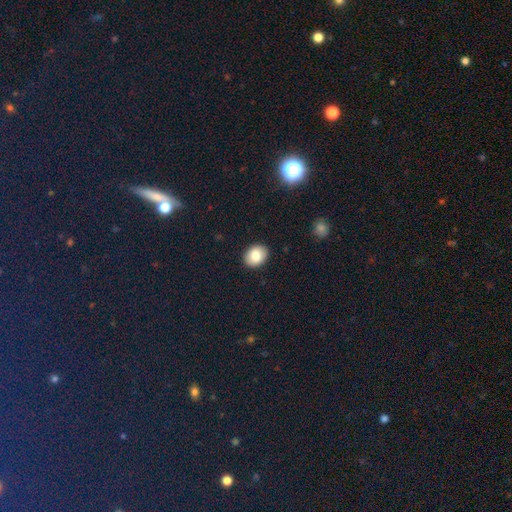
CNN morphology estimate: Q: Smooth or featured?
A: smooth (82%); runner-up: featured or disk (10%)
Q: How rounded?
A: in between (61%); runner-up: round (38%)
Q: Merging?
A: none (90%); runner-up: minor disturbance (7%)